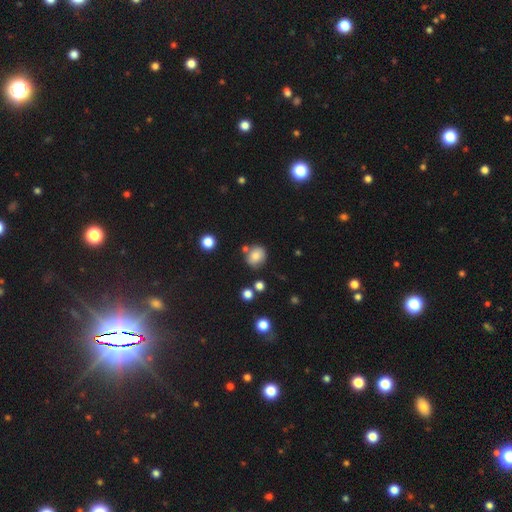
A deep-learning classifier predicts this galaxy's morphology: Smooth or featured? smooth (80%)
How rounded? round (72%)
Merging? none (75%)